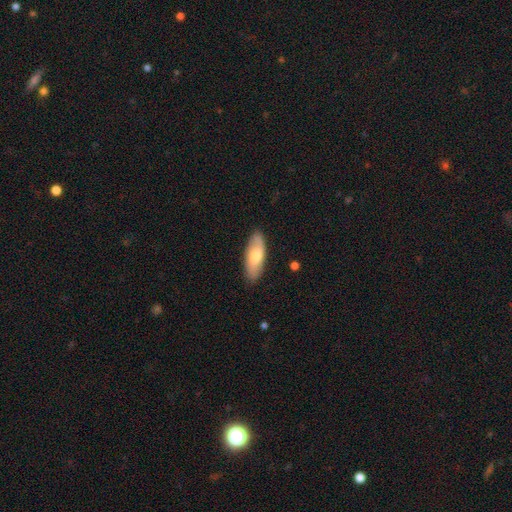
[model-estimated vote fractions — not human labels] smooth_or_featured: smooth (p=0.64) [alt: featured or disk p=0.31]
how_rounded: in between (p=0.74) [alt: cigar-shaped p=0.24]
merging: none (p=0.86) [alt: minor disturbance p=0.11]